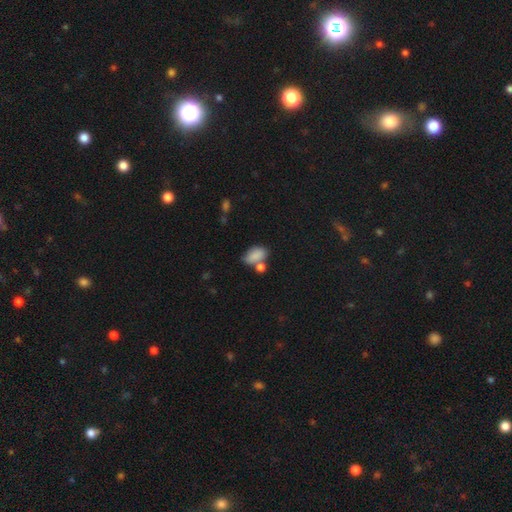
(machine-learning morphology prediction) A smooth galaxy with no disk features (84%) that is in between round and cigar-shaped (89%). Merging: none (45%).